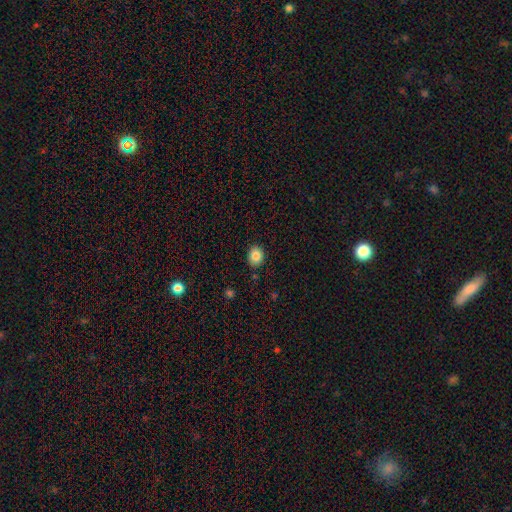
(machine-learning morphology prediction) The model was most divided on "how rounded": round: 50%, in between: 49%, cigar-shaped: 1%. More confident: merging — none (87%); smooth or featured — smooth (84%).